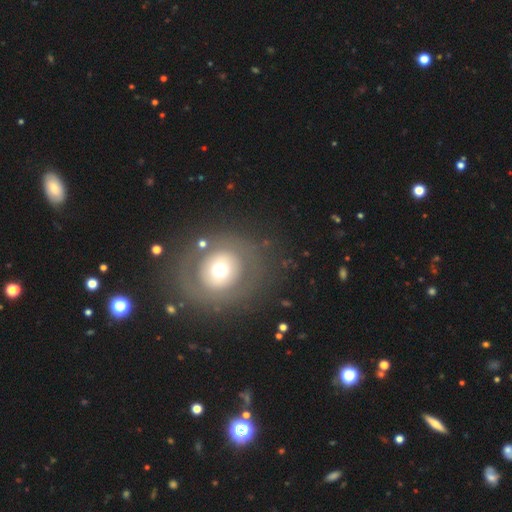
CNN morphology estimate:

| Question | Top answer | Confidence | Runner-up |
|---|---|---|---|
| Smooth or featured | featured or disk | 52% | smooth (35%) |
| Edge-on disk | no | 95% | yes (5%) |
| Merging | none | 80% | minor disturbance (10%) |